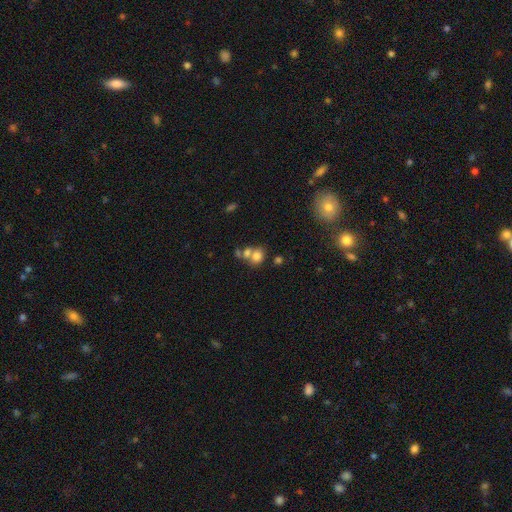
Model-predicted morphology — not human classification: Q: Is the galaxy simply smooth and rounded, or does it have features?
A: smooth — 74%.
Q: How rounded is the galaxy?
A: round — 57%.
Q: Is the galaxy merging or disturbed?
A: merger — 49%.